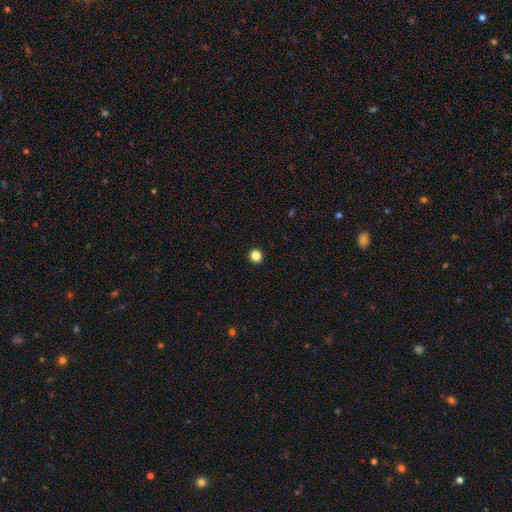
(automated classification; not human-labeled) A smooth galaxy with no disk features (86%) that is round (94%). Merging: none (94%).